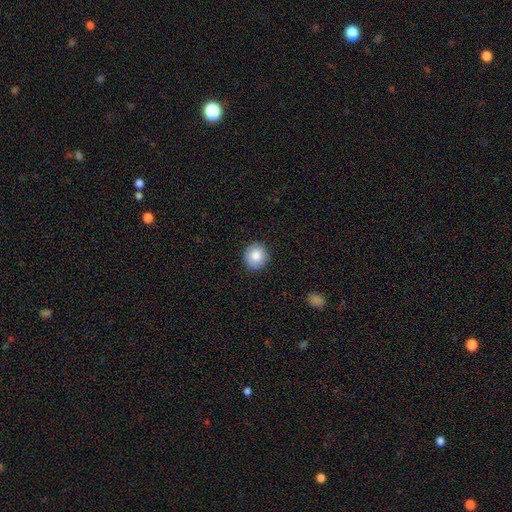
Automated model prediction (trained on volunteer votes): smooth_or_featured: smooth (p=0.83) [alt: featured or disk p=0.09]
how_rounded: round (p=0.91) [alt: in between p=0.08]
merging: none (p=0.90) [alt: minor disturbance p=0.07]